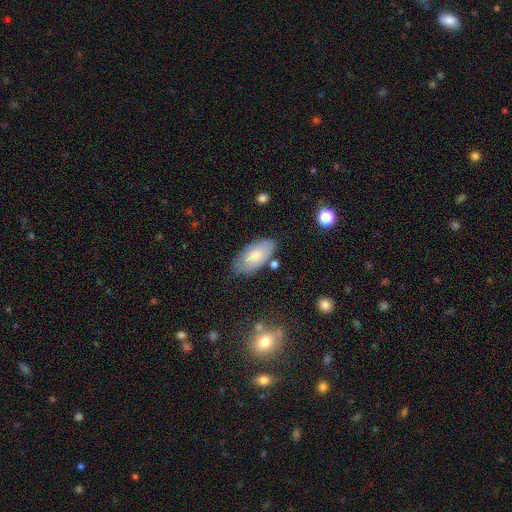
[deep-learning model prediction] The model was most divided on "smooth or featured": smooth: 69%, featured or disk: 25%, star or artifact: 7%. More confident: how rounded — in between (93%); merging — none (74%).